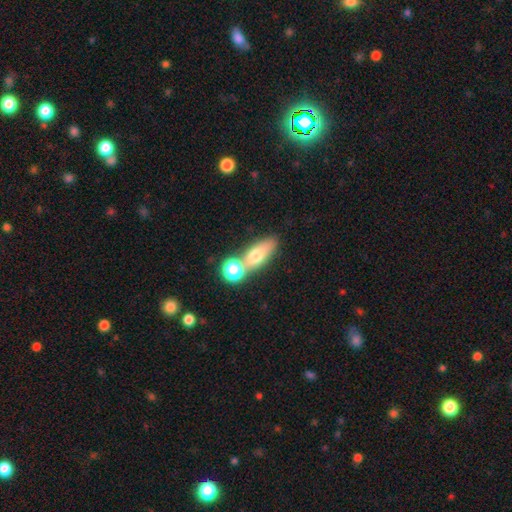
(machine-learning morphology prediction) A smooth galaxy with no disk features (65%) that is in between round and cigar-shaped (62%).

Vote fractions:
- Smooth or featured? smooth: 65% / featured or disk: 23% / star or artifact: 11%
- How rounded? in between: 62% / cigar-shaped: 24% / round: 13%
- Merging? none: 56% / merger: 26% / minor disturbance: 13% / major disturbance: 6%